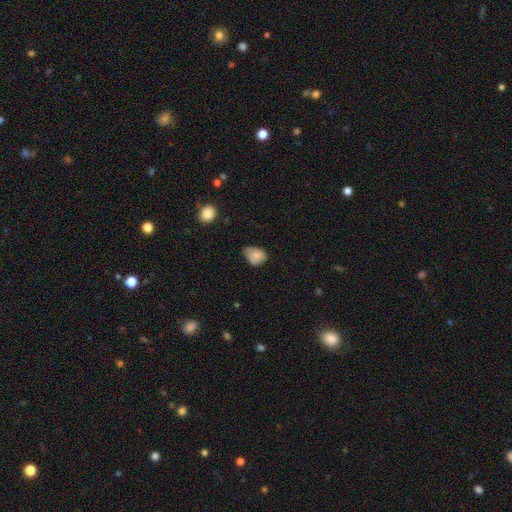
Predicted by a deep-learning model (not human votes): Smooth or featured: smooth — 81% (featured or disk — 11%)
How rounded: in between — 67% (round — 32%)
Merging: minor disturbance — 48% (none — 36%)